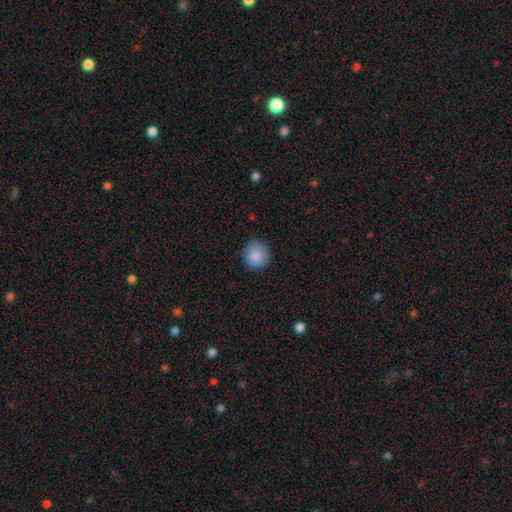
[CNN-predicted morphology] The model was most divided on "merging": none: 85%, minor disturbance: 12%, major disturbance: 2%, merger: 1%. More confident: how rounded — round (91%); smooth or featured — smooth (88%).